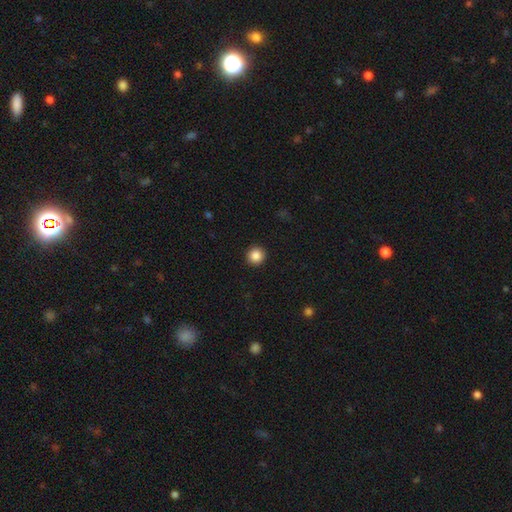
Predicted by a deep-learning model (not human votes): Smooth or featured: smooth — 87% (star or artifact — 10%)
How rounded: round — 94% (in between — 5%)
Merging: none — 93% (minor disturbance — 4%)